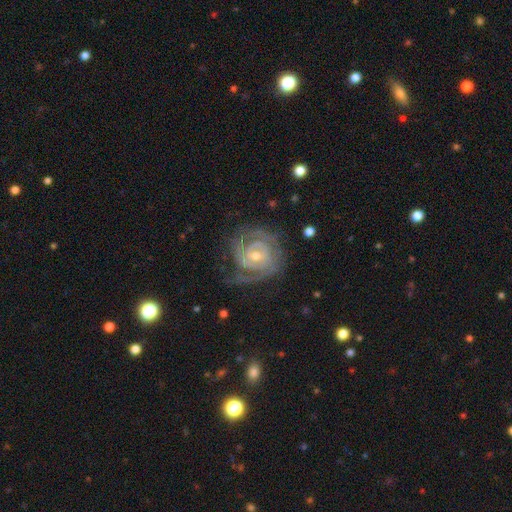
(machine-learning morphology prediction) Q: Smooth or featured?
A: featured or disk (90%); runner-up: smooth (5%)
Q: Edge-on disk?
A: no (98%); runner-up: yes (2%)
Q: Bar?
A: no (51%); runner-up: weak (37%)
Q: Spiral arms?
A: yes (97%); runner-up: no (3%)
Q: Spiral winding?
A: tight (75%); runner-up: medium (21%)
Q: Spiral arm count?
A: 2 (47%); runner-up: 3 (21%)
Q: Bulge size?
A: small (52%); runner-up: moderate (44%)
Q: Merging?
A: none (69%); runner-up: minor disturbance (19%)